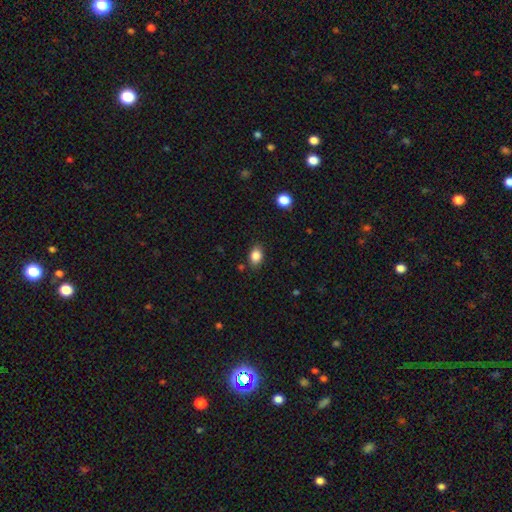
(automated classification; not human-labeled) smooth 85%, star or artifact 10%, featured or disk 5%. Down the decision tree: how rounded — in between (74%); merging — none (83%).